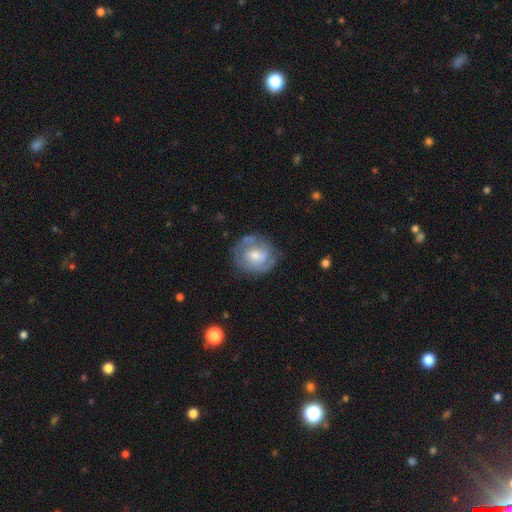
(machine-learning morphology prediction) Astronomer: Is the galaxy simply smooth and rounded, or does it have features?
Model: featured or disk — 67%.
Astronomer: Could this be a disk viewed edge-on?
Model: no — 97%.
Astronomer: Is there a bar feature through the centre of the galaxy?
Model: no — 57% (runner-up: weak, 36%).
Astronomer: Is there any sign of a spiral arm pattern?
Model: yes — 79%.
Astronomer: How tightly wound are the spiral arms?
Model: tight — 51% (runner-up: medium, 35%).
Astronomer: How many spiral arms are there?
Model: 2 — 39% (runner-up: can't tell, 34%).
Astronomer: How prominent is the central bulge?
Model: moderate — 54% (runner-up: small, 34%).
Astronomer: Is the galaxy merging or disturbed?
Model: none — 68%.